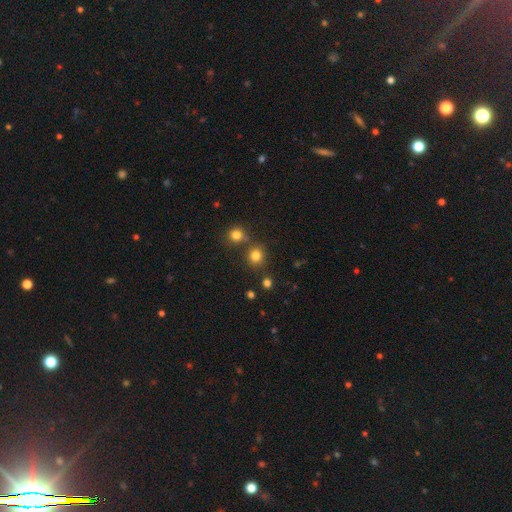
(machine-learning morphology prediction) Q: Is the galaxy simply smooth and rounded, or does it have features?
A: smooth — 79%.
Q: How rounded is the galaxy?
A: round — 86%.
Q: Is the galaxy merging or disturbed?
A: none — 75%.